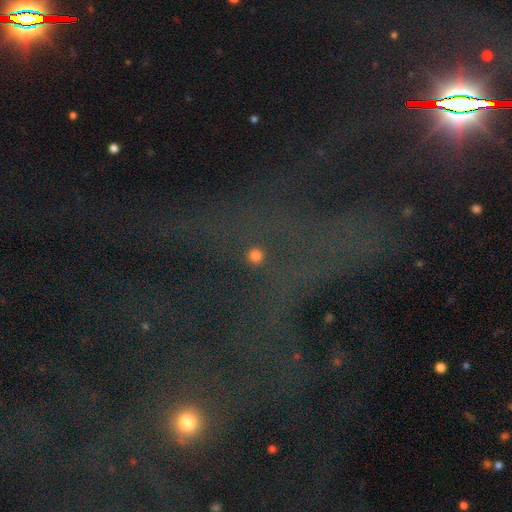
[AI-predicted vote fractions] This appears to be a star or artifact, not a galaxy (69%).